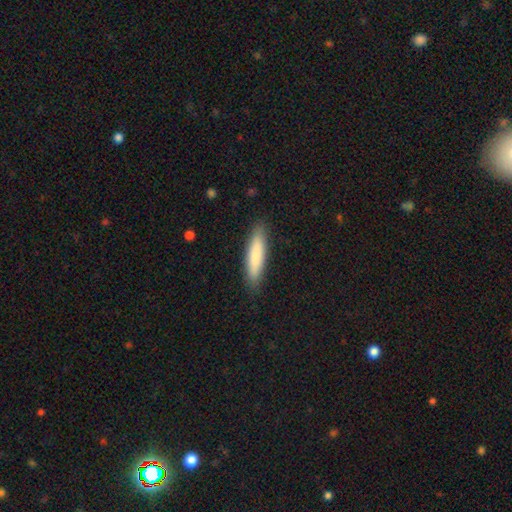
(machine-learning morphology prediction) smooth-or-featured: smooth: 81% | featured or disk: 13% | star or artifact: 6%
  how-rounded: cigar-shaped: 79% | in between: 20% | round: 1%
  merging: none: 88% | minor disturbance: 9% | major disturbance: 2% | merger: 1%